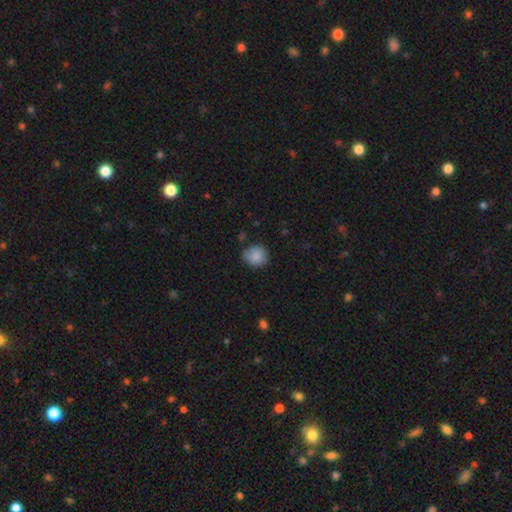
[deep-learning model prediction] This is clearly a smooth galaxy (87%). How rounded: clearly round (80%). Merging: likely none (74%).